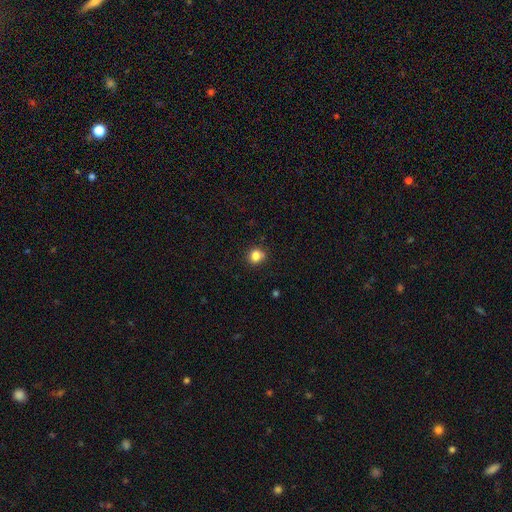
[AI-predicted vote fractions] This appears to be a smooth galaxy with no disk features (84%) that is round (81%). Merging: none (84%).